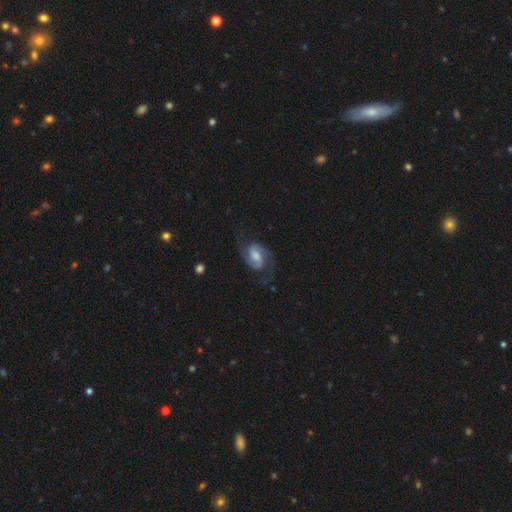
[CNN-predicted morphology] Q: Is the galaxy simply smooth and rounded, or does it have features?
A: featured or disk — 76%.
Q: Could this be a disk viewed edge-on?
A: no — 97%.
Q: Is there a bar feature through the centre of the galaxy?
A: weak — 50%.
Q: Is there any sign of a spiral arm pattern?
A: yes — 95%.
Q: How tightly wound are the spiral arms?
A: medium — 52%.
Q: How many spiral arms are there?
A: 2 — 90%.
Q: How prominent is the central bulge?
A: moderate — 40%.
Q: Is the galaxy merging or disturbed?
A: none — 68%.